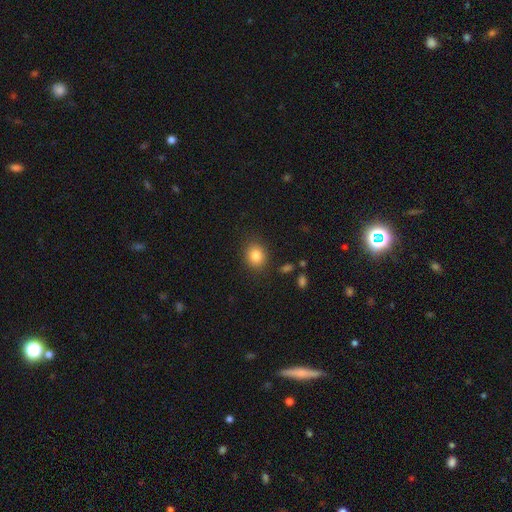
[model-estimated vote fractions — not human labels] The model was most divided on "how rounded": round: 68%, in between: 31%, cigar-shaped: 1%. More confident: merging — none (87%); smooth or featured — smooth (83%).